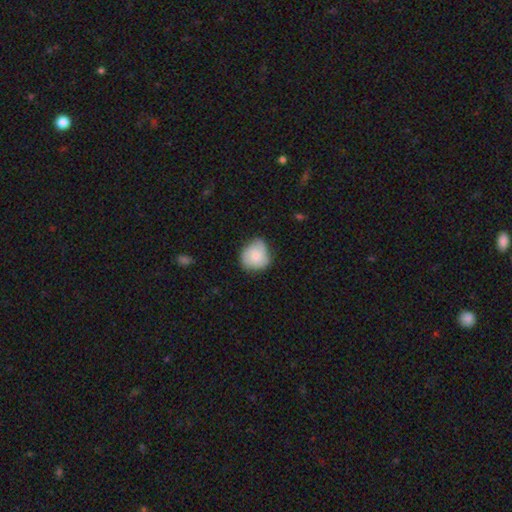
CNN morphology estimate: This is likely a smooth galaxy (71%). How rounded: likely round (76%). Merging: possibly none (53%).